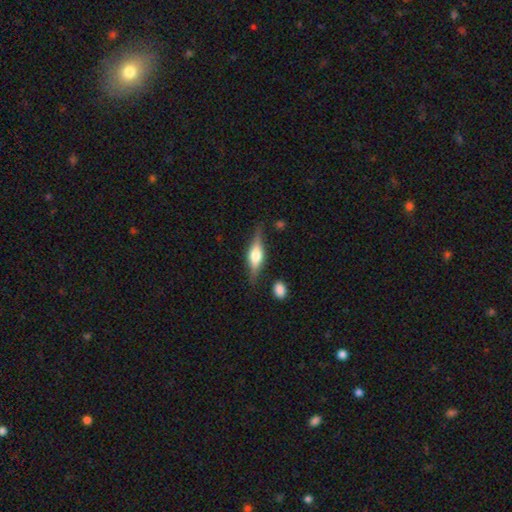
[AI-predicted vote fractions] Smooth or featured? Predicted: featured or disk (p=0.66). Edge-on disk? Predicted: yes (p=0.95). Edge-on bulge? Predicted: rounded (p=0.86). Merging? Predicted: none (p=0.79).